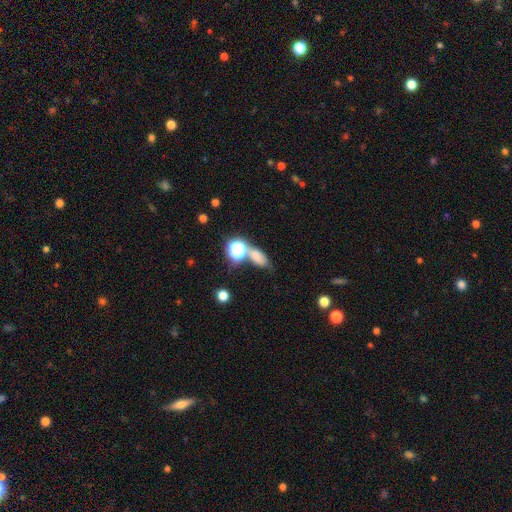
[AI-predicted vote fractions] Smooth or featured? smooth (68%)
How rounded? in between (73%)
Merging? none (47%)